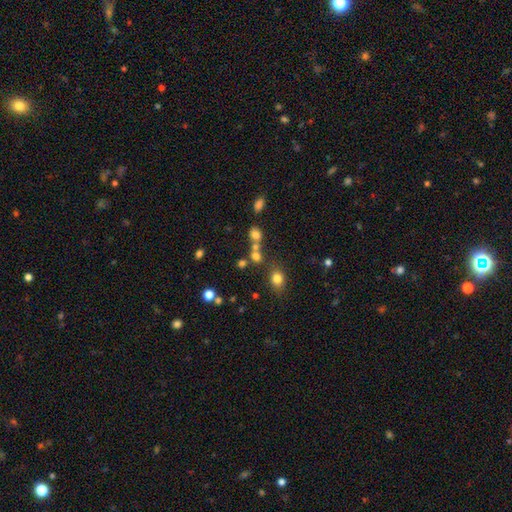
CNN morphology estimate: type=smooth (55%); roundness=round (74%); merging=none (65%).